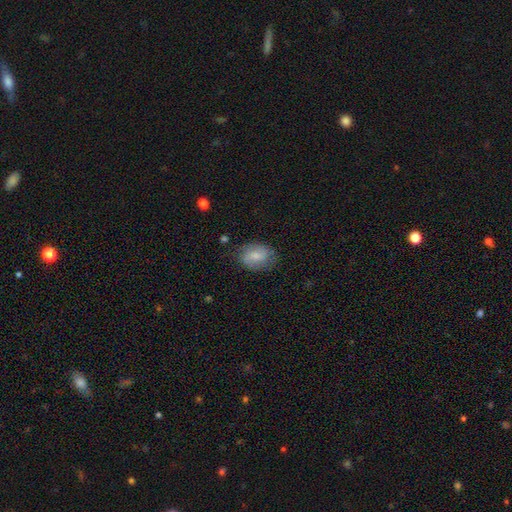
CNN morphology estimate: Smooth or featured? smooth (56%)
How rounded? in between (70%)
Merging? none (73%)